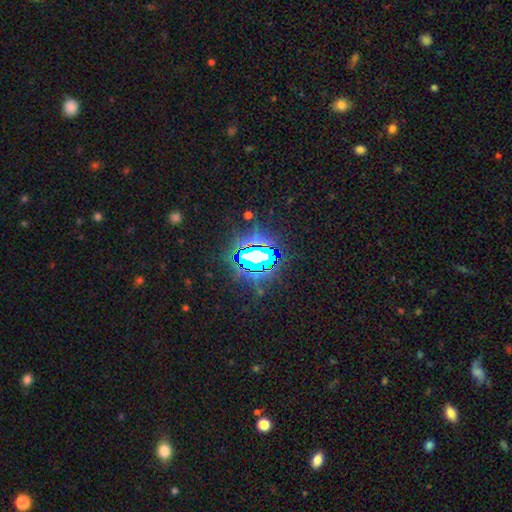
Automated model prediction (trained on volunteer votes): smooth-or-featured: star or artifact: 77% | smooth: 12% | featured or disk: 11%